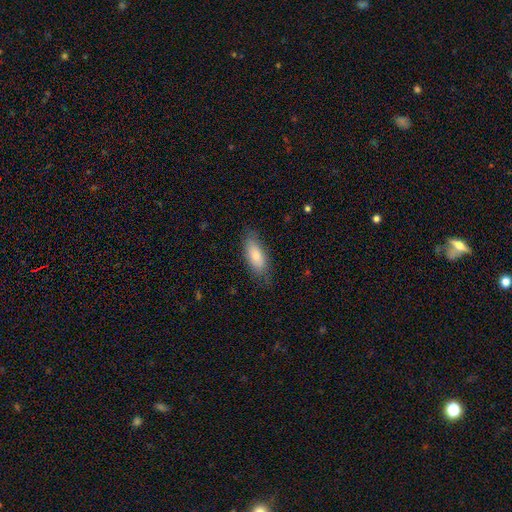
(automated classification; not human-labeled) This is likely a smooth galaxy (74%). How rounded: likely in between (77%). Merging: likely none (76%).